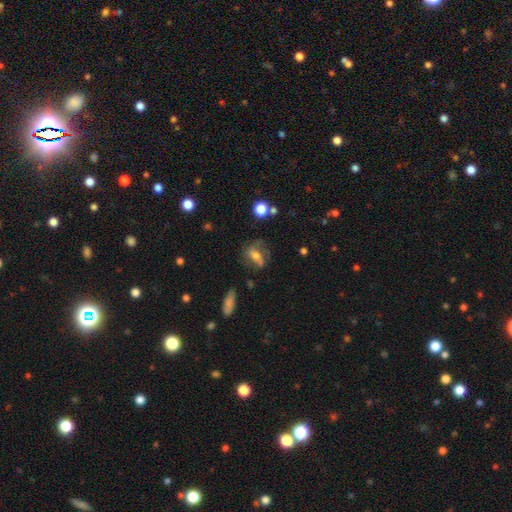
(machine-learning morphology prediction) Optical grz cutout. It shows a featured or disk galaxy (52%). Merging: none (52%).